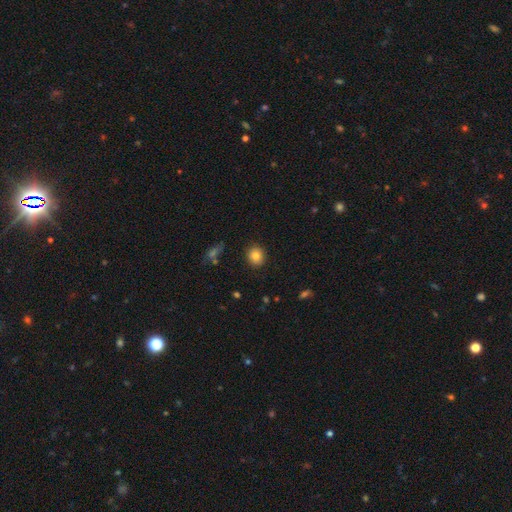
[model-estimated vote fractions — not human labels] Overall: smooth (83%). How rounded: round (78%). Merging: none (89%).